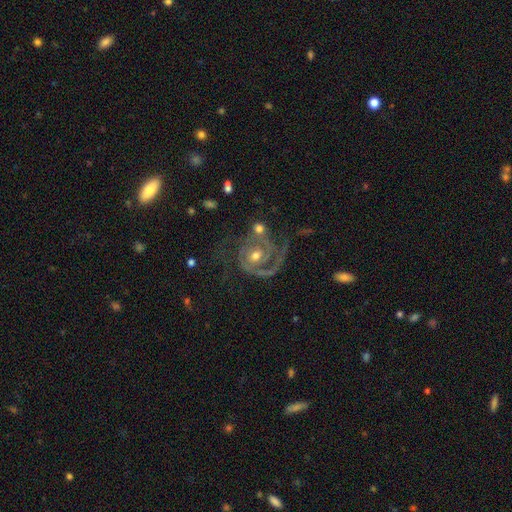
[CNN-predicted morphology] Smooth or featured? Predicted: featured or disk (p=0.88). Edge-on disk? Predicted: no (p=0.98). Bar? Predicted: no (p=0.70). Spiral arms? Predicted: yes (p=0.95). Spiral winding? Predicted: tight (p=0.57). Spiral arm count? Predicted: 2 (p=0.44). Bulge size? Predicted: moderate (p=0.66). Merging? Predicted: none (p=0.50).